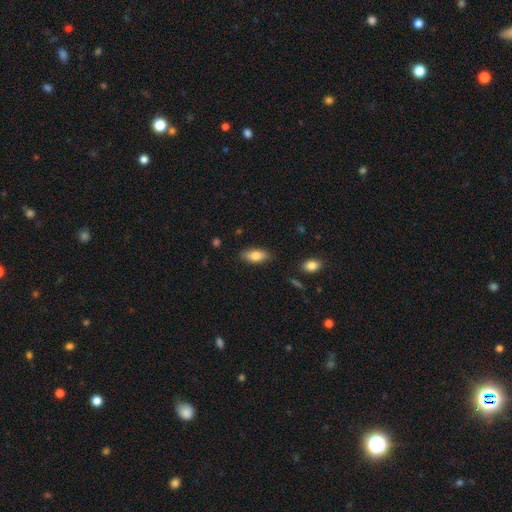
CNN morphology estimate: A smooth galaxy with no disk features (80%) that is in between round and cigar-shaped (86%). Merging: none (84%).